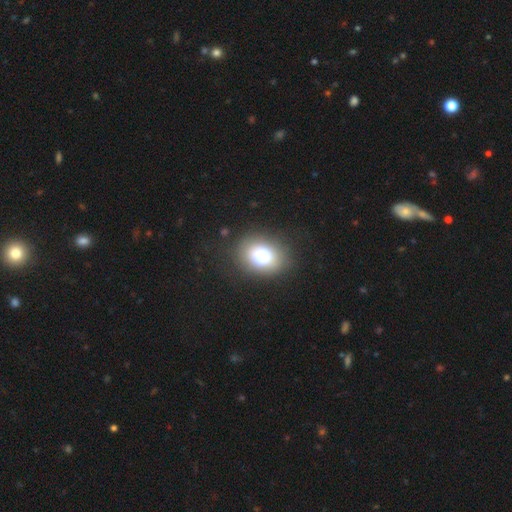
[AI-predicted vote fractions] This is likely a smooth galaxy (66%). How rounded: possibly round (50%). Merging: likely none (78%).